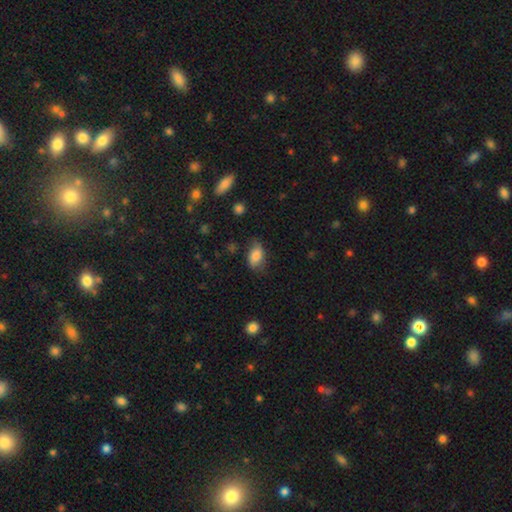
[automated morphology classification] Overall: smooth (80%). How rounded: in between (89%). Merging: none (61%; minor disturbance 29%).